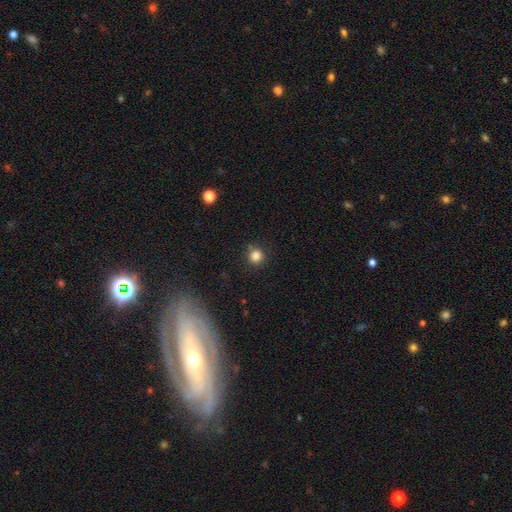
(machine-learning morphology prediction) Q: Smooth or featured?
A: smooth (84%); runner-up: star or artifact (12%)
Q: How rounded?
A: round (92%); runner-up: in between (7%)
Q: Merging?
A: none (84%); runner-up: minor disturbance (10%)